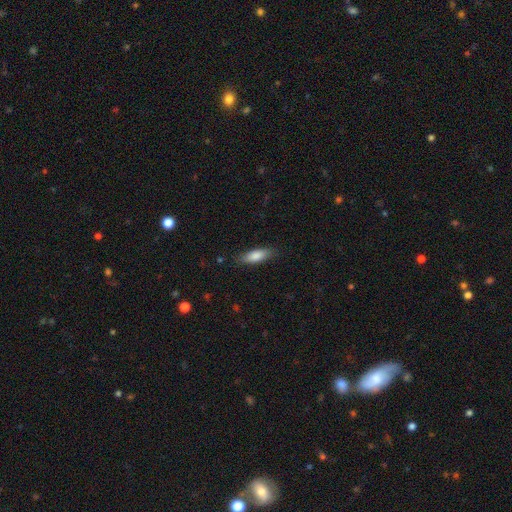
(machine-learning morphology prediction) type=smooth (83%); roundness=in between (58%); merging=none (84%).